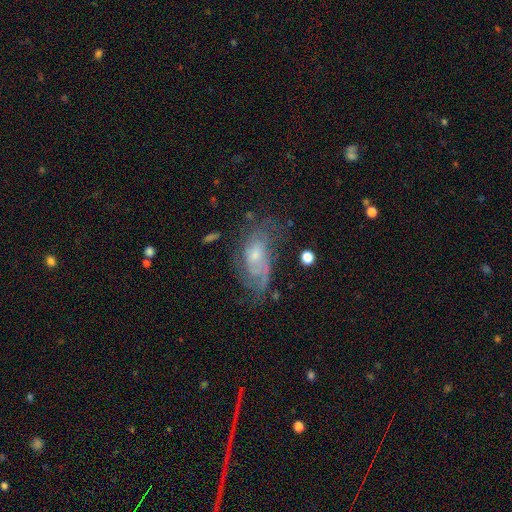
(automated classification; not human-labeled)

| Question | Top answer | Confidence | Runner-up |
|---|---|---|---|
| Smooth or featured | featured or disk | 71% | smooth (20%) |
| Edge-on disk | no | 95% | yes (5%) |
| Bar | no | 72% | weak (25%) |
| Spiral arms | yes | 83% | no (17%) |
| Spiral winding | tight | 40% | medium (38%) |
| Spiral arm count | can't tell | 43% | 2 (27%) |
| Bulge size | small | 55% | moderate (35%) |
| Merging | none | 53% | minor disturbance (23%) |